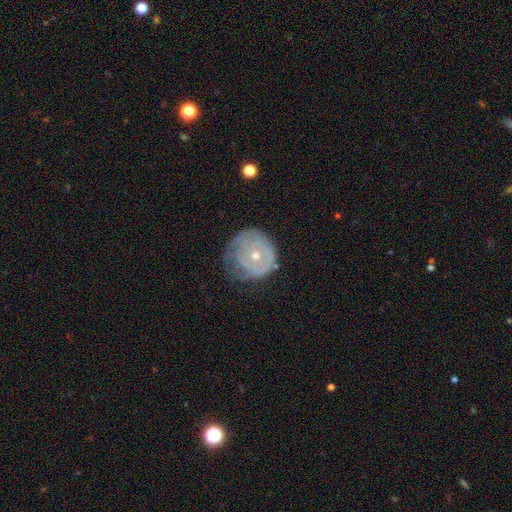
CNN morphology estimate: A featured or disk galaxy (57%) with no bar (85%), spiral arms (51%) and a small central bulge (55%).

Vote fractions:
- Smooth or featured? featured or disk: 57% / smooth: 35% / star or artifact: 8%
- Edge-on disk? no: 97% / yes: 3%
- Bar? no: 85% / weak: 12% / strong: 3%
- Spiral arms? yes: 51% / no: 49%
- Bulge size? small: 55% / moderate: 42% / large: 1% / none: 1% / dominant: 1%
- Merging? none: 50% / minor disturbance: 31% / major disturbance: 17% / merger: 2%